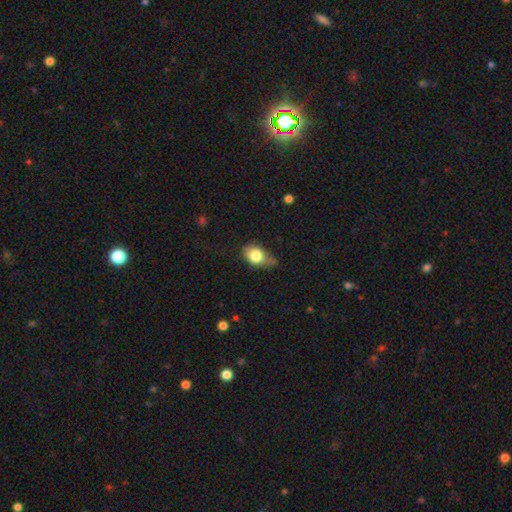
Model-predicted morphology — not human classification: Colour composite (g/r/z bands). It shows a smooth galaxy with no disk features (78%) that is in between round and cigar-shaped (66%). Merging: minor disturbance (43%).